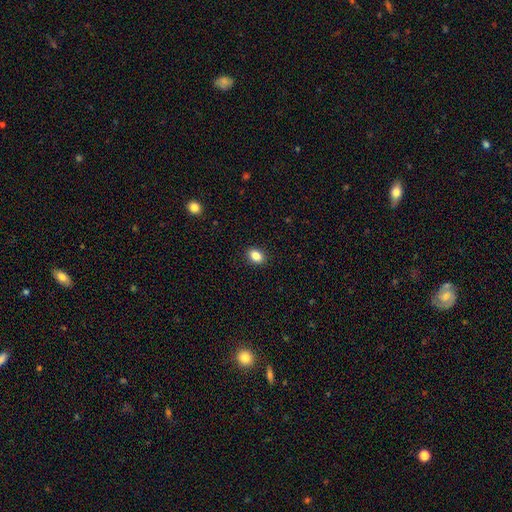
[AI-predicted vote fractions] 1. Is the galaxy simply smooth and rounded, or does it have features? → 85% smooth, 9% star or artifact, 5% featured or disk.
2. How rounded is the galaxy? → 73% in between, 26% round, 1% cigar-shaped.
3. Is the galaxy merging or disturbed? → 91% none, 7% minor disturbance, 2% major disturbance, 1% merger.